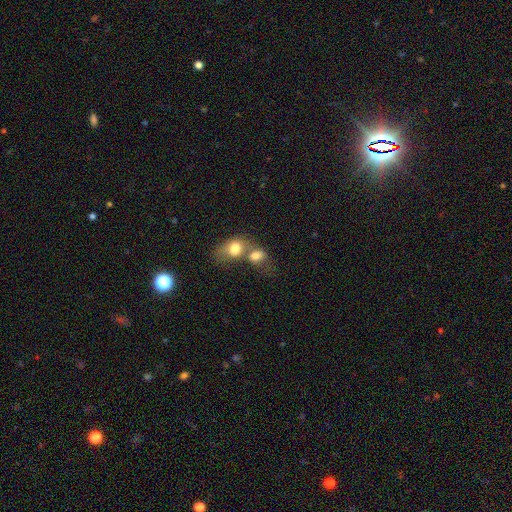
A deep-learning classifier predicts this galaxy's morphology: smooth-or-featured: smooth: 77% | featured or disk: 15% | star or artifact: 9%
  how-rounded: in between: 64% | round: 35% | cigar-shaped: 2%
  merging: merger: 69% | none: 18% | minor disturbance: 7% | major disturbance: 6%